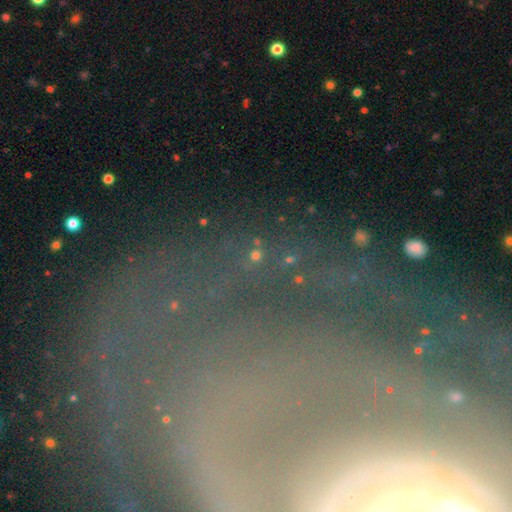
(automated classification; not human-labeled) The model was most divided on "smooth or featured": star or artifact: 64%, smooth: 21%, featured or disk: 15%.